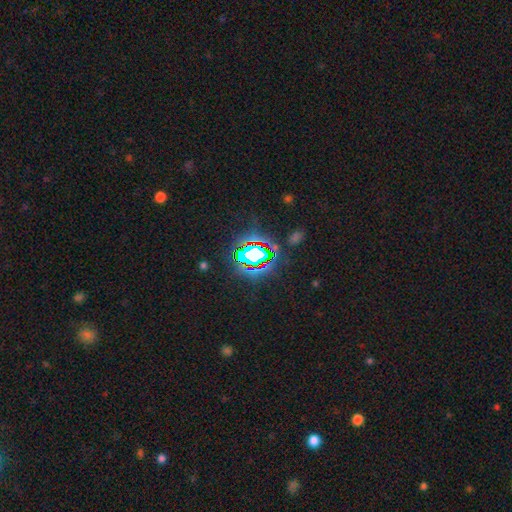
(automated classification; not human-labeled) Overall: star or artifact (74%).